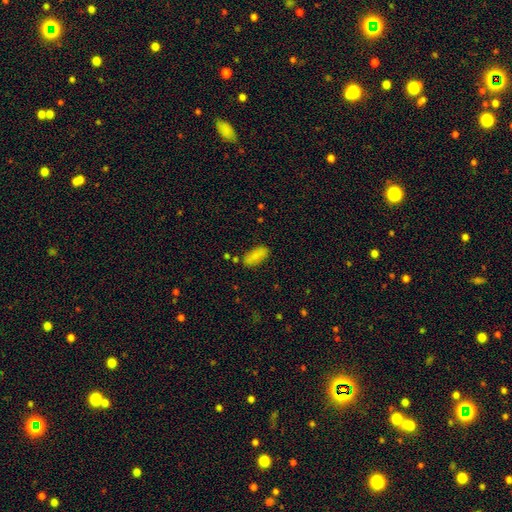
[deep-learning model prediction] smooth_or_featured: smooth (p=0.83) [alt: featured or disk p=0.09]
how_rounded: in between (p=0.84) [alt: cigar-shaped p=0.14]
merging: none (p=0.82) [alt: minor disturbance p=0.12]